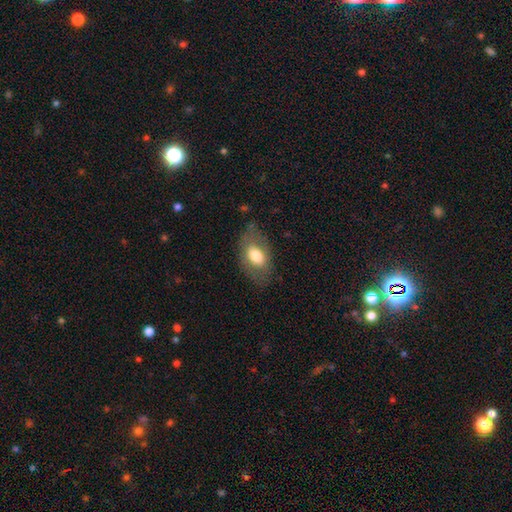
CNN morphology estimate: Q: Smooth or featured?
A: smooth (68%); runner-up: featured or disk (25%)
Q: How rounded?
A: in between (89%); runner-up: round (10%)
Q: Merging?
A: none (72%); runner-up: minor disturbance (19%)